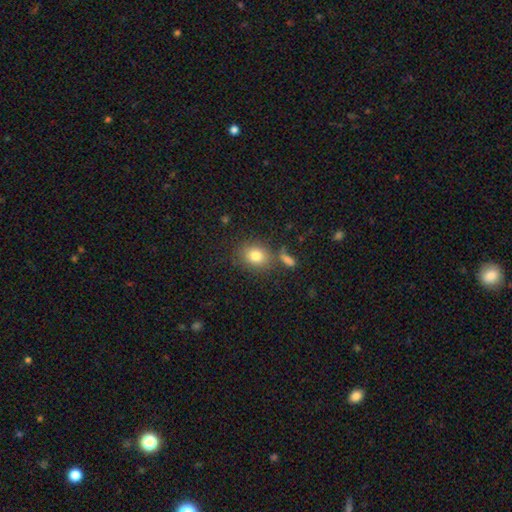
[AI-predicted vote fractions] This appears to be a smooth galaxy with no disk features (81%) that is round (61%). Merging: none (73%).